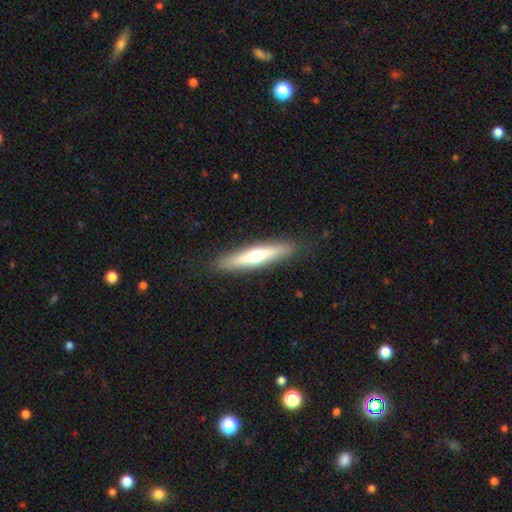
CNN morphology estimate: A featured or disk galaxy (49%).

Vote fractions:
- Smooth or featured? featured or disk: 49% / smooth: 46% / star or artifact: 5%
- Merging? none: 90% / minor disturbance: 8% / major disturbance: 2% / merger: 1%